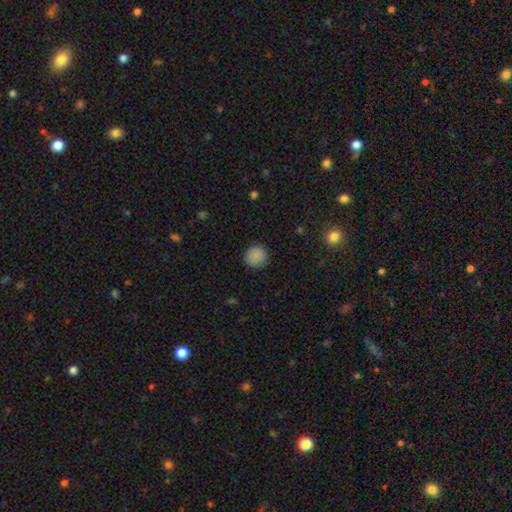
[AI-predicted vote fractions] Overall: smooth (88%). How rounded: round (94%). Merging: none (90%).